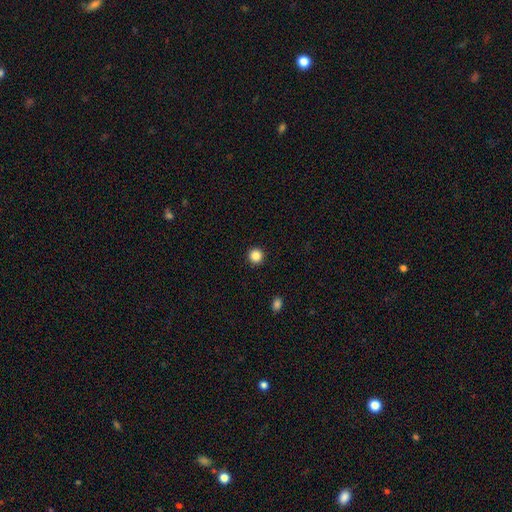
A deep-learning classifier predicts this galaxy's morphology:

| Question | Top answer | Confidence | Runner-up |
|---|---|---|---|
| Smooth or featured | smooth | 86% | star or artifact (11%) |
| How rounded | round | 96% | in between (3%) |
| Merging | none | 93% | minor disturbance (4%) |